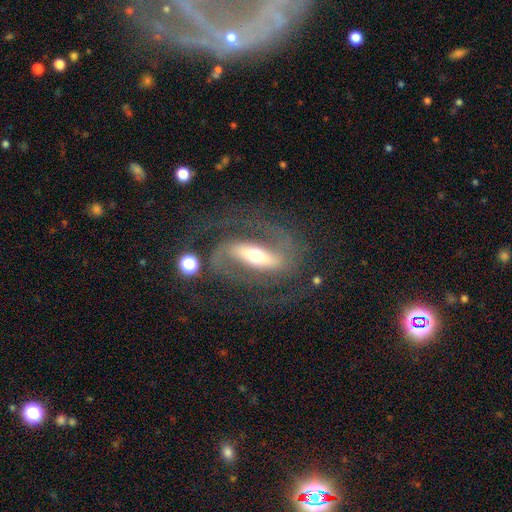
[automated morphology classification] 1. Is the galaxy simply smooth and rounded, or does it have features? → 86% featured or disk, 9% smooth, 5% star or artifact.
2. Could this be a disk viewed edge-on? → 91% no, 9% yes.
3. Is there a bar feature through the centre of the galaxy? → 70% strong, 20% weak, 11% no.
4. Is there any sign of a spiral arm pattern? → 93% yes, 7% no.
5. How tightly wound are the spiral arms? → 52% medium, 29% loose, 20% tight.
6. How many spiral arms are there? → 90% 2, 4% 1, 3% can't tell, 1% 3, 1% 4, 1% more than 4.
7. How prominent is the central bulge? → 58% moderate, 25% small, 13% large, 2% dominant, 1% none.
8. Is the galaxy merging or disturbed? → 70% none, 14% major disturbance, 13% minor disturbance, 3% merger.